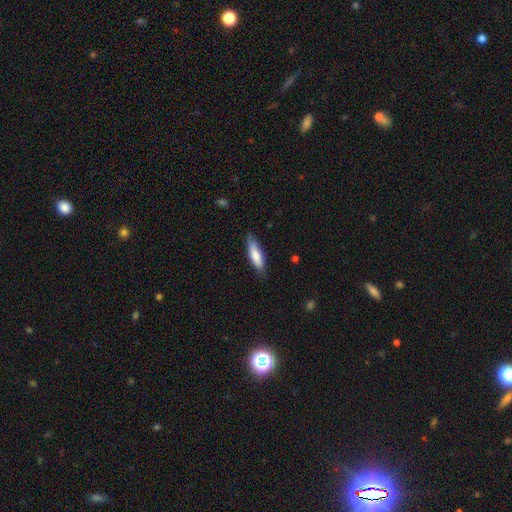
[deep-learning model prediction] smooth_or_featured: smooth (p=0.77) [alt: featured or disk p=0.17]
how_rounded: cigar-shaped (p=0.61) [alt: in between p=0.37]
merging: none (p=0.74) [alt: minor disturbance p=0.21]